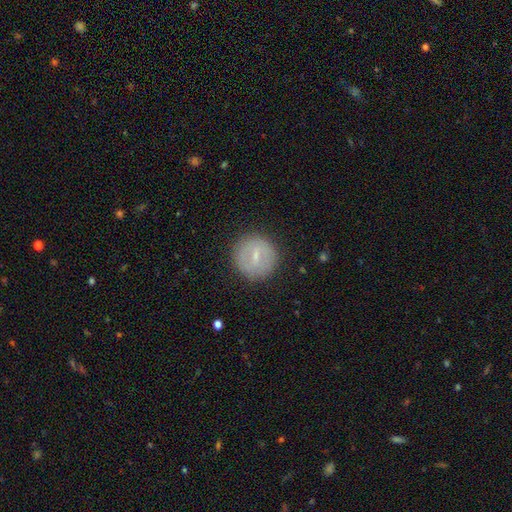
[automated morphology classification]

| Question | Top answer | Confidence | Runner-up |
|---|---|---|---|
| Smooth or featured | smooth | 48% | featured or disk (44%) |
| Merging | none | 86% | minor disturbance (9%) |